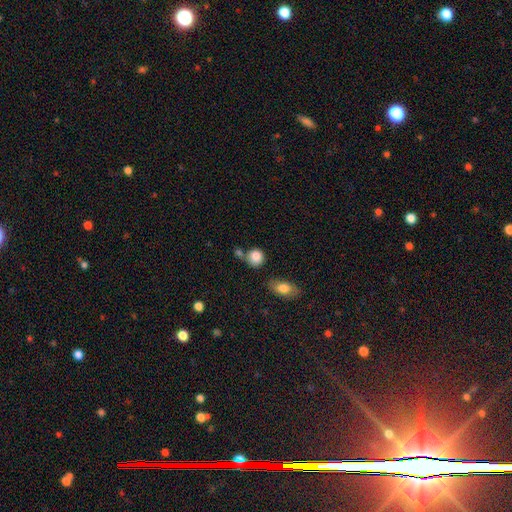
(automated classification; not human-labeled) smooth-or-featured: smooth: 85% | star or artifact: 9% | featured or disk: 6%
  how-rounded: round: 84% | in between: 15% | cigar-shaped: 1%
  merging: none: 63% | merger: 18% | minor disturbance: 15% | major disturbance: 4%